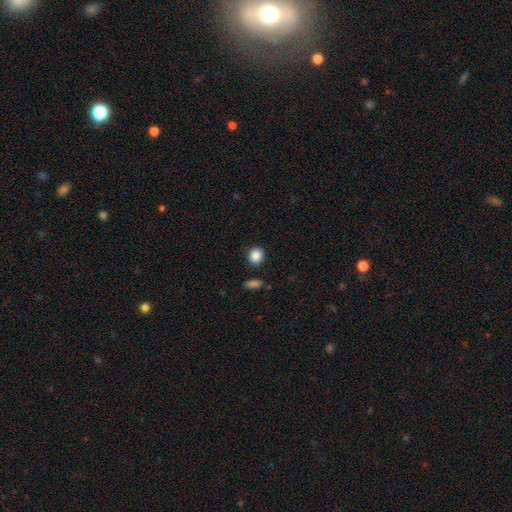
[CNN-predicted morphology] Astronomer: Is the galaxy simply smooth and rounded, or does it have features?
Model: smooth — 88%.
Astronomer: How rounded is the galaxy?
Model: round — 81%.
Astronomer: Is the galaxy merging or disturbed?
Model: none — 88%.